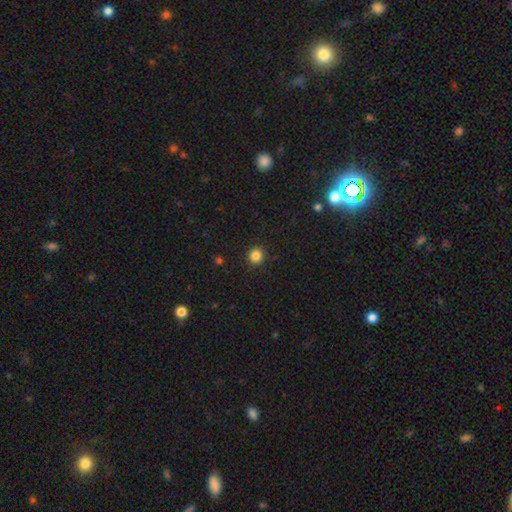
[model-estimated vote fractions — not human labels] A smooth galaxy with no disk features (85%) that is round (87%).

Vote fractions:
- Smooth or featured? smooth: 85% / star or artifact: 11% / featured or disk: 4%
- How rounded? round: 87% / in between: 12% / cigar-shaped: 1%
- Merging? none: 92% / minor disturbance: 5% / major disturbance: 2% / merger: 1%